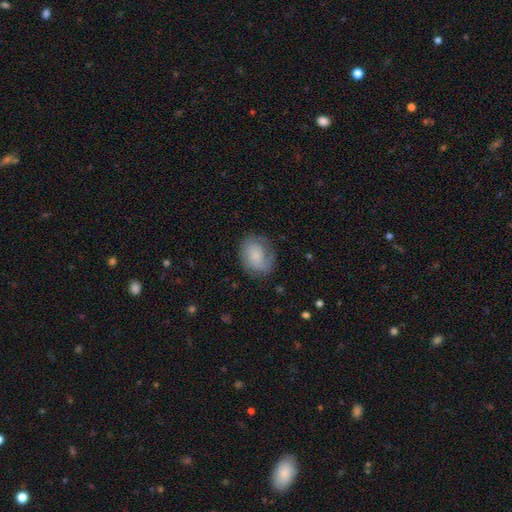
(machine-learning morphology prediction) Smooth or featured: smooth — 51% (featured or disk — 41%)
How rounded: in between — 51% (round — 48%)
Merging: none — 64% (minor disturbance — 22%)